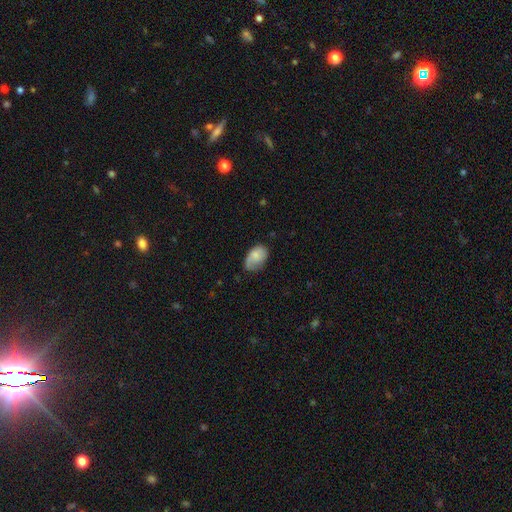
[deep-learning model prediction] Q: Smooth or featured?
A: smooth (68%); runner-up: featured or disk (25%)
Q: How rounded?
A: in between (88%); runner-up: round (11%)
Q: Merging?
A: none (51%); runner-up: minor disturbance (34%)